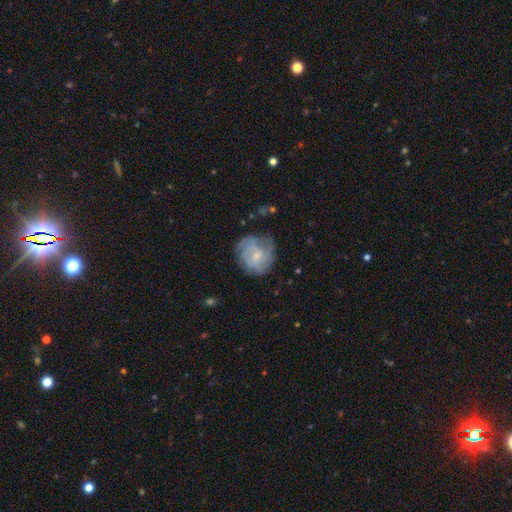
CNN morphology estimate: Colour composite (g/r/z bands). It shows a featured or disk galaxy (52%) with no bar (69%), spiral arms (72%) and a small central bulge (63%). Merging: none (64%).